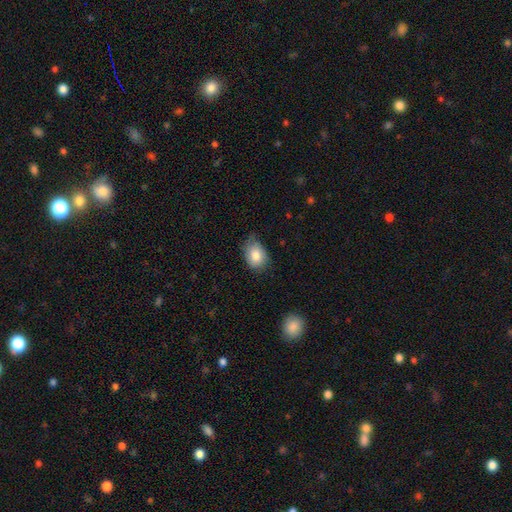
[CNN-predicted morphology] The model was most divided on "merging": none: 60%, minor disturbance: 33%, major disturbance: 6%, merger: 2%. More confident: smooth or featured — smooth (81%); how rounded — in between (66%).